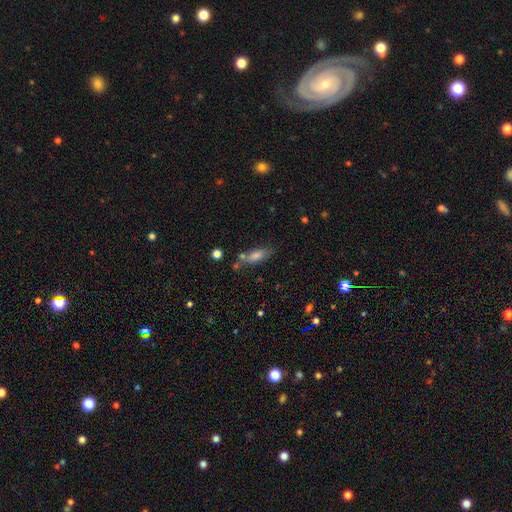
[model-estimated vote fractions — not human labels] A smooth galaxy with no disk features (76%) that is in between round and cigar-shaped (72%). Merging: none (62%).